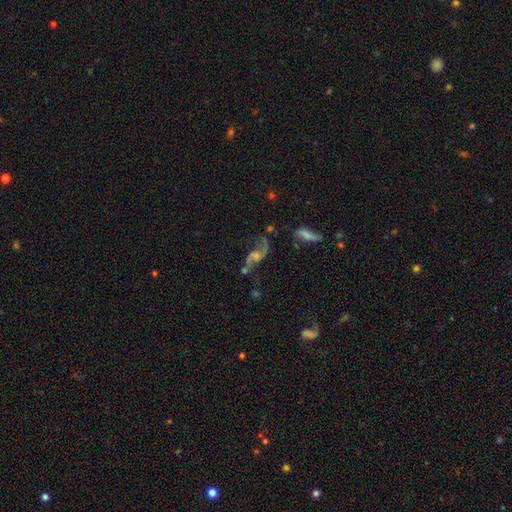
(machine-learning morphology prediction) A featured or disk galaxy (78%) with no bar (50%), 2 (89%) loose (79%) spiral arms (91%) and a small central bulge (39%). Merging: none (56%).